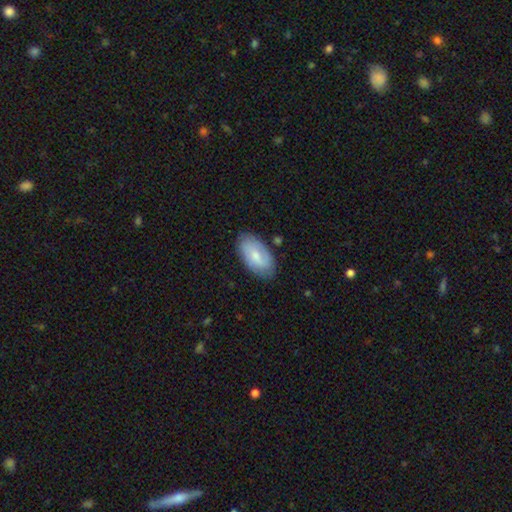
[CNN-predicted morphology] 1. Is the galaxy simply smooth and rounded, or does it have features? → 54% smooth, 40% featured or disk, 6% star or artifact.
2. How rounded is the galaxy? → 94% in between, 3% round, 3% cigar-shaped.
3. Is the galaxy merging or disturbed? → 80% none, 15% minor disturbance, 3% major disturbance, 2% merger.